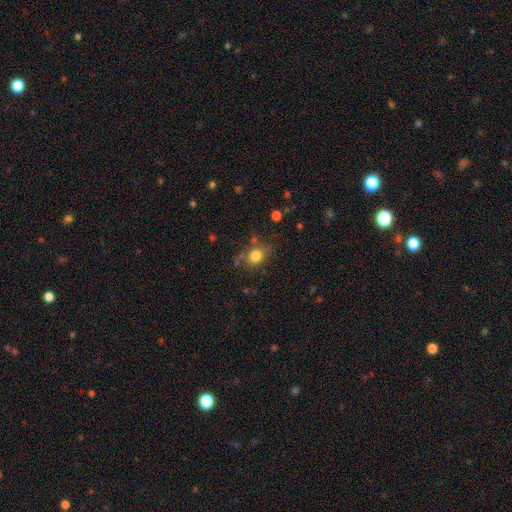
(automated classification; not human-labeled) Smooth or featured: smooth — 79% (star or artifact — 12%)
How rounded: round — 62% (in between — 37%)
Merging: none — 67% (minor disturbance — 19%)